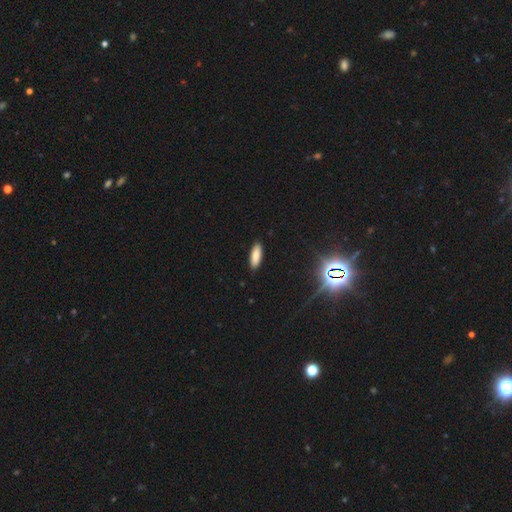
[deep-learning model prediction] Morphology: type=smooth (82%); roundness=in between (59%); merging=none (90%).